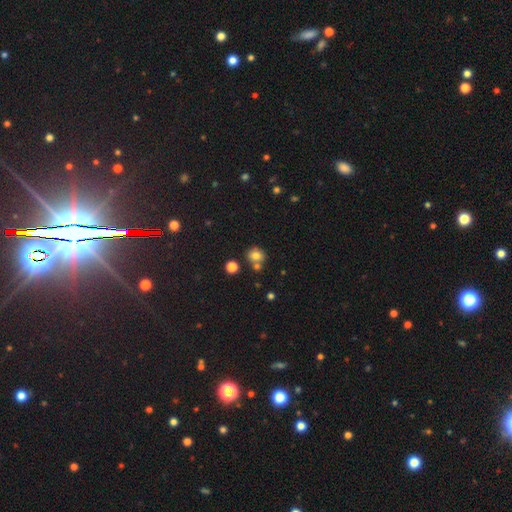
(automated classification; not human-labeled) smooth 77%, star or artifact 14%, featured or disk 9%. Down the decision tree: how rounded — round (72%); merging — none (62%).